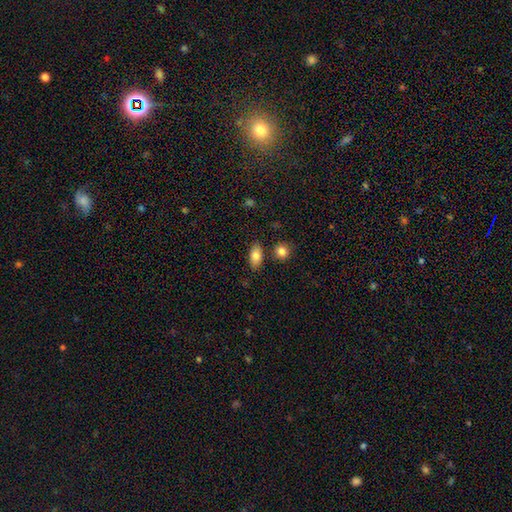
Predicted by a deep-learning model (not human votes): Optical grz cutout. It shows a smooth galaxy with no disk features (83%) that is in between round and cigar-shaped (87%). Merging: none (79%).